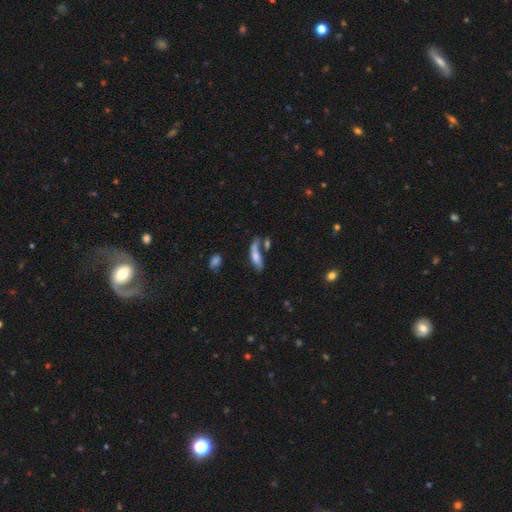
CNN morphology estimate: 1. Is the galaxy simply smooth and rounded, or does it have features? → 60% smooth, 31% featured or disk, 9% star or artifact.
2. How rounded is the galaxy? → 53% cigar-shaped, 44% in between, 3% round.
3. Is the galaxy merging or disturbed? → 41% none, 27% merger, 19% minor disturbance, 13% major disturbance.